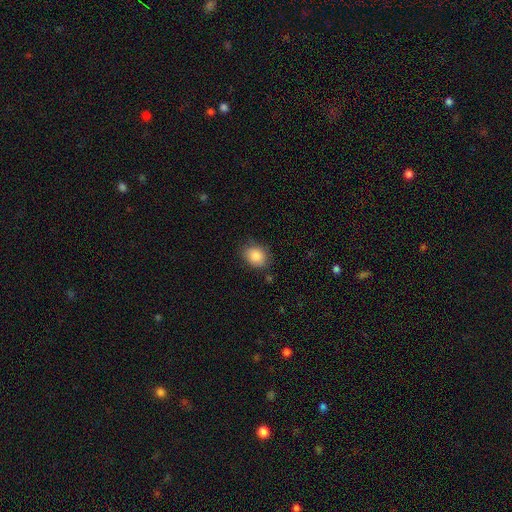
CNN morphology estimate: Smooth or featured? Predicted: smooth (p=0.87). How rounded? Predicted: in between (p=0.56). Merging? Predicted: none (p=0.78).